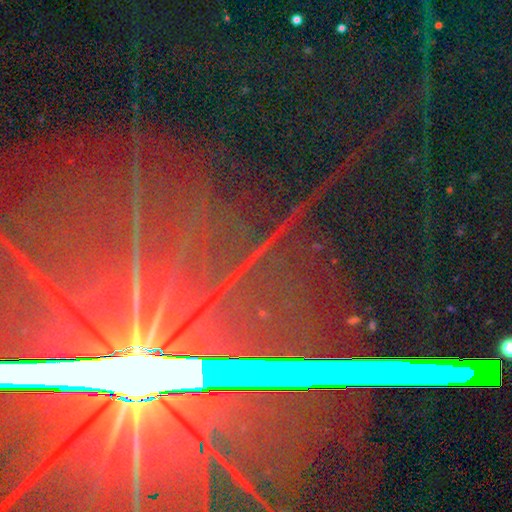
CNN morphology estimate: Q: Smooth or featured?
A: star or artifact (88%); runner-up: featured or disk (7%)